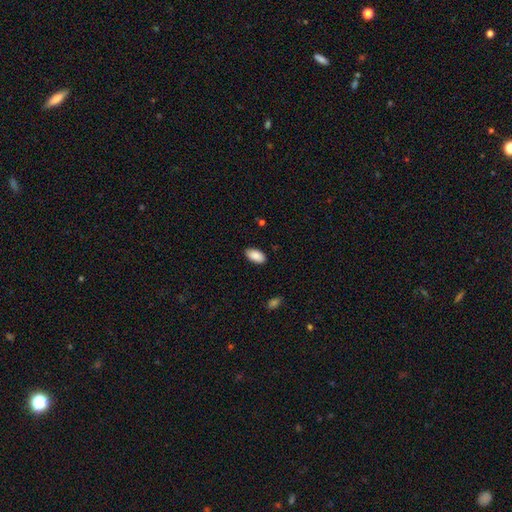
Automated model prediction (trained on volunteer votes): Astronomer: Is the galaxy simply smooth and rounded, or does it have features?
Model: smooth — 89%.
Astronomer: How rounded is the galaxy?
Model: in between — 95%.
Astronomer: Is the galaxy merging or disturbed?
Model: none — 87%.